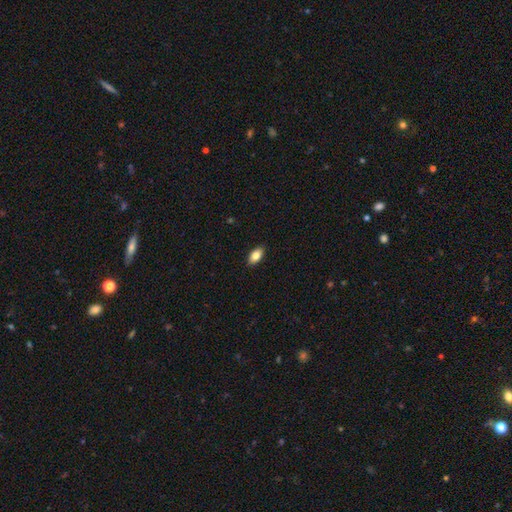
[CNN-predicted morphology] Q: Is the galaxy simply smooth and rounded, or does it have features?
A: smooth — 82%.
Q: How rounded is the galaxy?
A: in between — 91%.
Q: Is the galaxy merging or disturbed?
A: none — 90%.